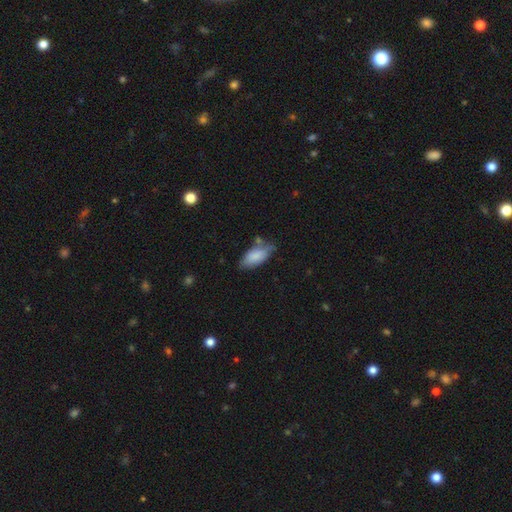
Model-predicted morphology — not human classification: A smooth galaxy with no disk features (81%) that is in between round and cigar-shaped (89%).

Vote fractions:
- Smooth or featured? smooth: 81% / featured or disk: 13% / star or artifact: 6%
- How rounded? in between: 89% / cigar-shaped: 9% / round: 2%
- Merging? none: 52% / minor disturbance: 32% / merger: 8% / major disturbance: 8%